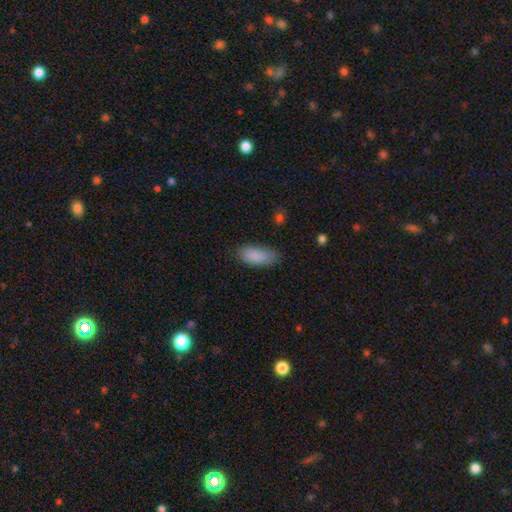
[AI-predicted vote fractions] Smooth or featured?
  - smooth: 88% *
  - star or artifact: 7%
  - featured or disk: 5%
How rounded?
  - in between: 85% *
  - cigar-shaped: 13%
  - round: 2%
Merging?
  - none: 74% *
  - minor disturbance: 20%
  - major disturbance: 4%
  - merger: 2%